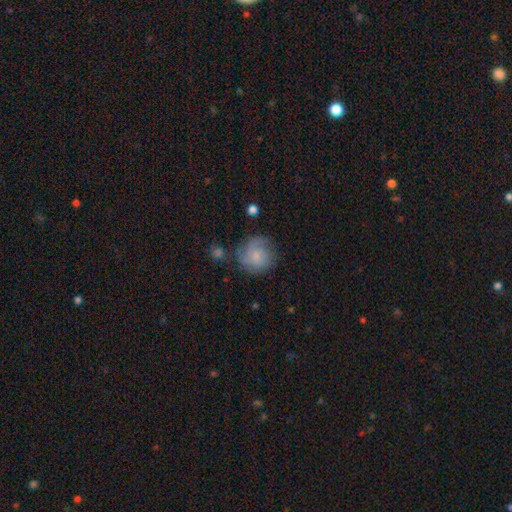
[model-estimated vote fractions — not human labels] Overall: smooth (61%; featured or disk 31%). How rounded: round (89%). Merging: none (63%).